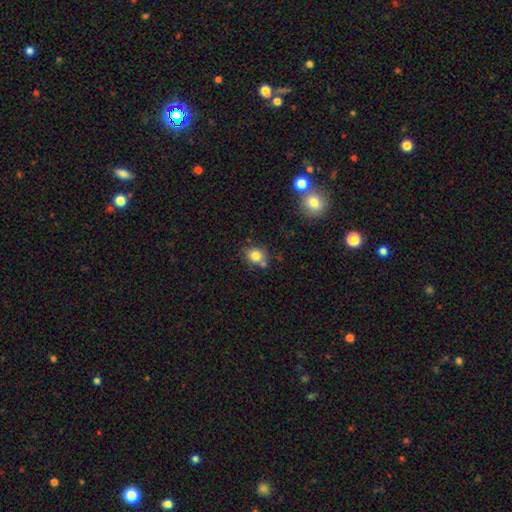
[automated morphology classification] Overall: smooth (80%). How rounded: round (73%). Merging: none (64%).